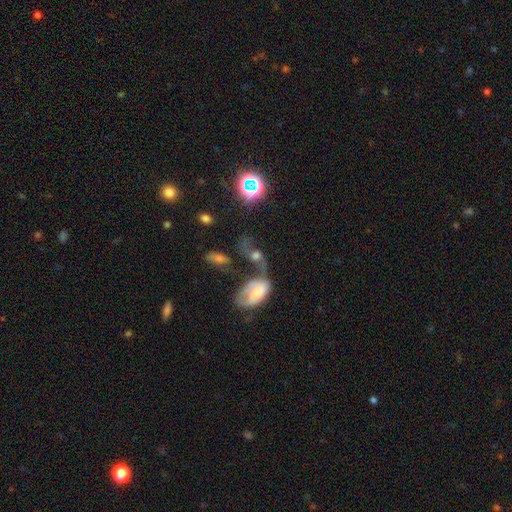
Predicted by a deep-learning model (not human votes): The model was most divided on "smooth or featured": featured or disk: 54%, smooth: 30%, star or artifact: 16%. Remaining: edge-on disk — no (92%); merging — merger (47%).